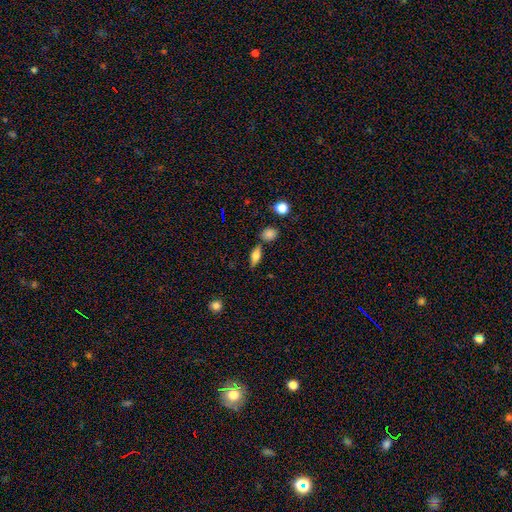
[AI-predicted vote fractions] Q: Smooth or featured?
A: smooth (58%); runner-up: featured or disk (33%)
Q: How rounded?
A: in between (71%); runner-up: cigar-shaped (22%)
Q: Merging?
A: none (71%); runner-up: minor disturbance (14%)